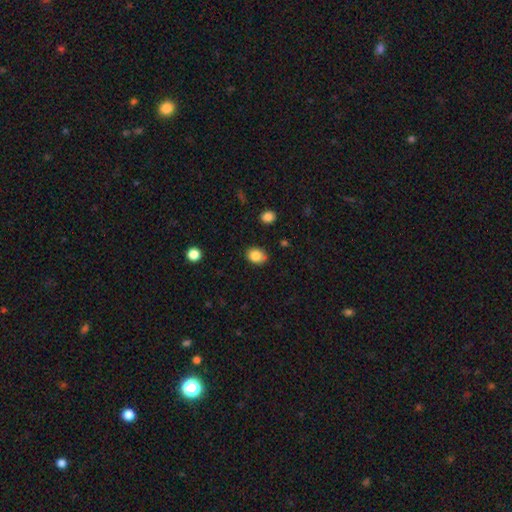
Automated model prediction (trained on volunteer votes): Q: Smooth or featured?
A: smooth (85%); runner-up: star or artifact (9%)
Q: How rounded?
A: in between (62%); runner-up: round (37%)
Q: Merging?
A: none (84%); runner-up: minor disturbance (12%)